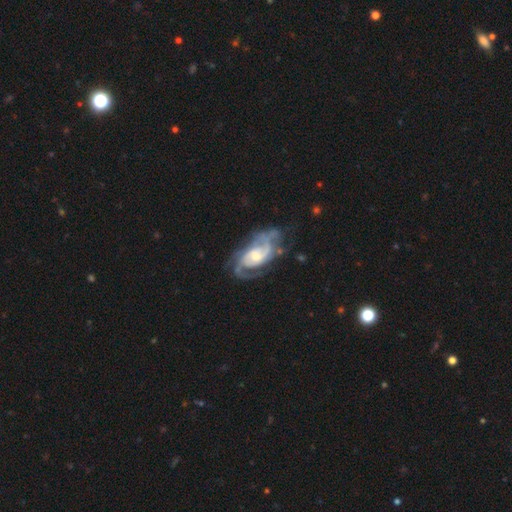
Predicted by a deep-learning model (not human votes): The model was most divided on "spiral winding": medium: 49%, tight: 35%, loose: 17%. More confident: edge-on disk — no (97%); spiral arms — yes (96%); smooth or featured — featured or disk (88%); merging — none (58%); bar — no (55%); spiral arm count — 2 (54%); bulge size — moderate (53%).